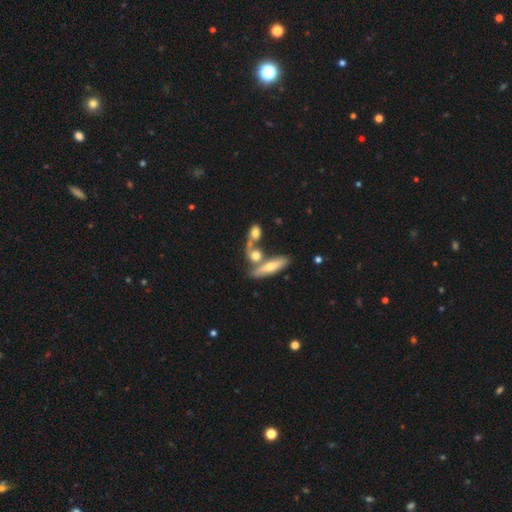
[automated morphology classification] Smooth or featured? smooth (53%)
How rounded? in between (47%)
Merging? merger (50%)